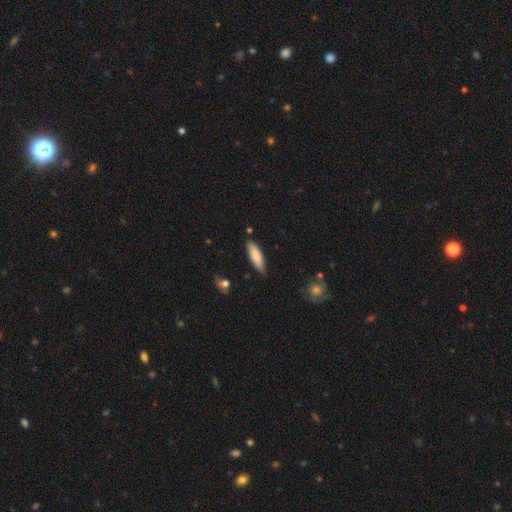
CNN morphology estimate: smooth_or_featured: smooth (p=0.81) [alt: featured or disk p=0.13]
how_rounded: cigar-shaped (p=0.54) [alt: in between p=0.44]
merging: none (p=0.80) [alt: minor disturbance p=0.15]